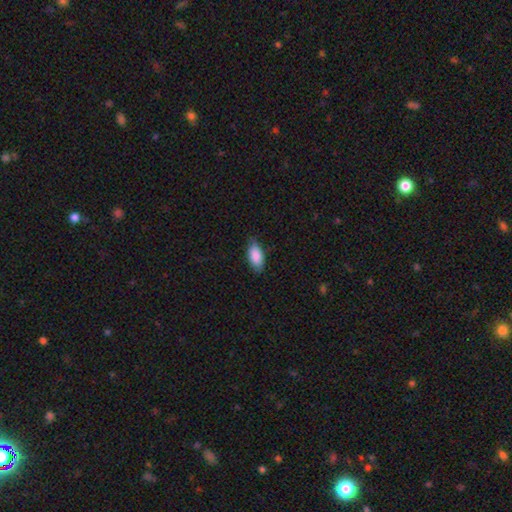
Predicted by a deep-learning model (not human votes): smooth 87%, featured or disk 7%, star or artifact 6%. Down the decision tree: how rounded — in between (92%); merging — none (78%).